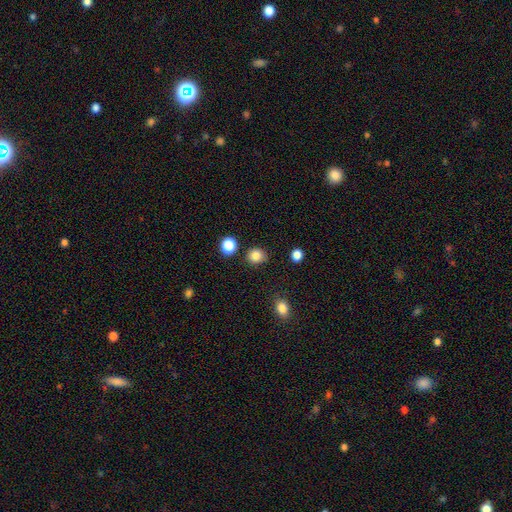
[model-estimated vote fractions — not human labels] smooth 84%, star or artifact 11%, featured or disk 5%. Down the decision tree: how rounded — round (79%); merging — none (82%).